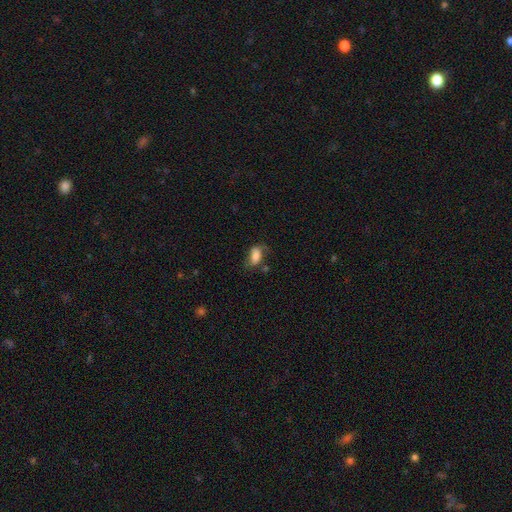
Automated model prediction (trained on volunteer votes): Smooth or featured? Predicted: smooth (p=0.74). How rounded? Predicted: in between (p=0.87). Merging? Predicted: none (p=0.50).